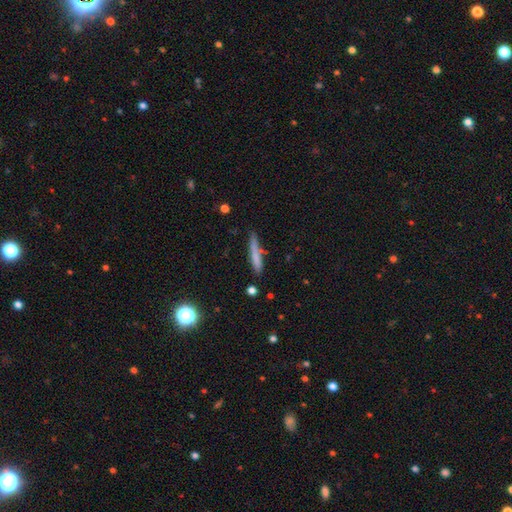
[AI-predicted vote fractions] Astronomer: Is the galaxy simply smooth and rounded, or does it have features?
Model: smooth — 71%.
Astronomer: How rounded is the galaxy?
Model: cigar-shaped — 91%.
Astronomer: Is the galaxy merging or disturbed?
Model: none — 69%.